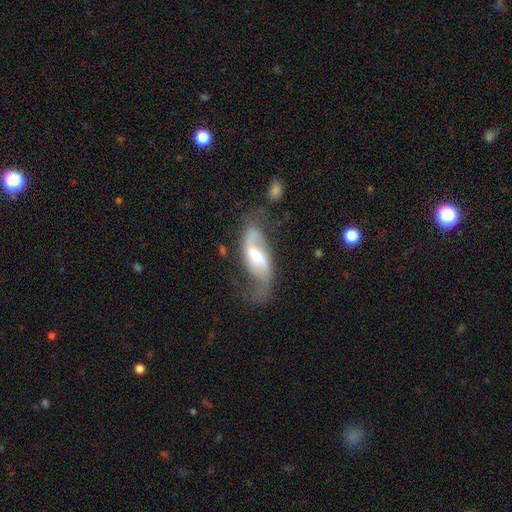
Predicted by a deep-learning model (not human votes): smooth_or_featured: featured or disk (p=0.81) [alt: smooth p=0.14]
disk_edge_on: no (p=0.93) [alt: yes p=0.07]
bar: weak (p=0.48) [alt: strong p=0.35]
has_spiral_arms: yes (p=0.93) [alt: no p=0.07]
spiral_winding: loose (p=0.71) [alt: medium p=0.23]
spiral_arm_count: 2 (p=0.84) [alt: 1 p=0.09]
bulge_size: moderate (p=0.46) [alt: small p=0.33]
merging: none (p=0.47) [alt: major disturbance p=0.25]